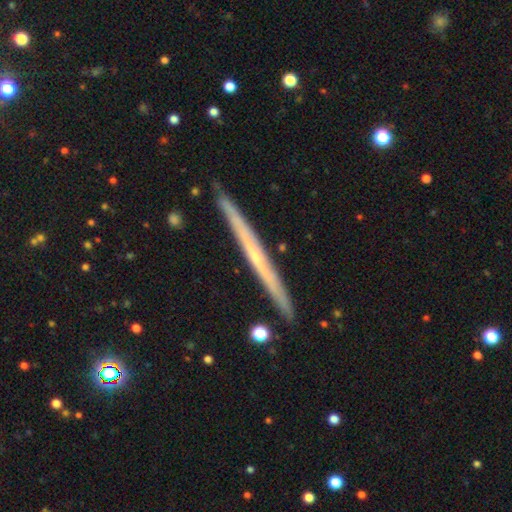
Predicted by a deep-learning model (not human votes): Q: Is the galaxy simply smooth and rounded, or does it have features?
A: featured or disk — 68%.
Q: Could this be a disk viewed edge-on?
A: yes — 97%.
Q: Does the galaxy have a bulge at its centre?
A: none — 71%.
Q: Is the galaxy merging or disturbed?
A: none — 91%.